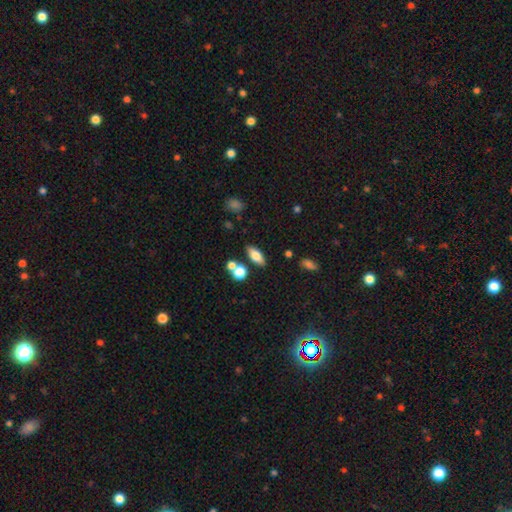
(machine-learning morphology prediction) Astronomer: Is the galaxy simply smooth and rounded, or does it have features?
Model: smooth — 71%.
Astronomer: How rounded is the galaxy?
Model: in between — 79%.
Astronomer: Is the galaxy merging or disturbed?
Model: none — 77%.